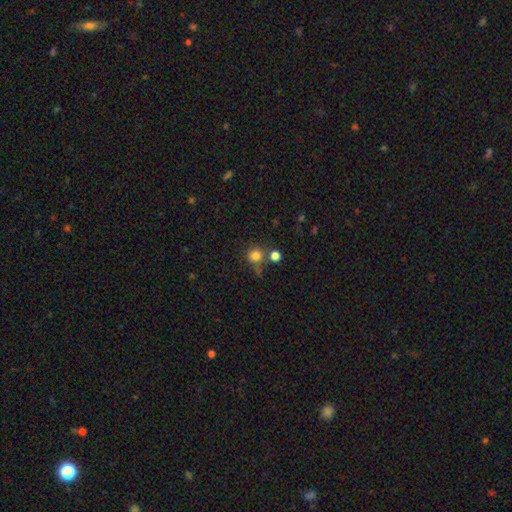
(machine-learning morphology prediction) smooth_or_featured: smooth (p=0.80) [alt: star or artifact p=0.13]
how_rounded: round (p=0.90) [alt: in between p=0.09]
merging: none (p=0.65) [alt: merger p=0.18]